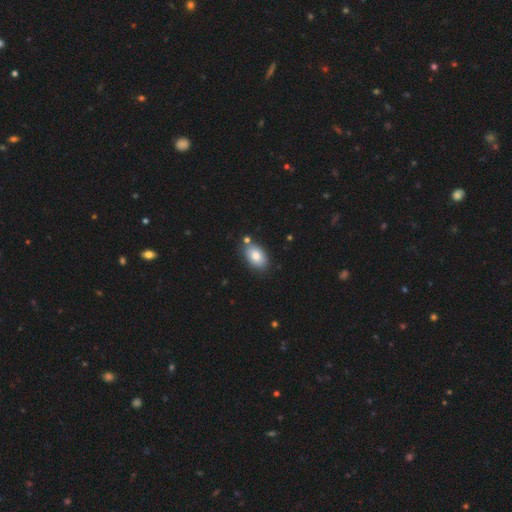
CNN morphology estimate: Overall: smooth (80%). How rounded: in between (88%). Merging: none (77%).